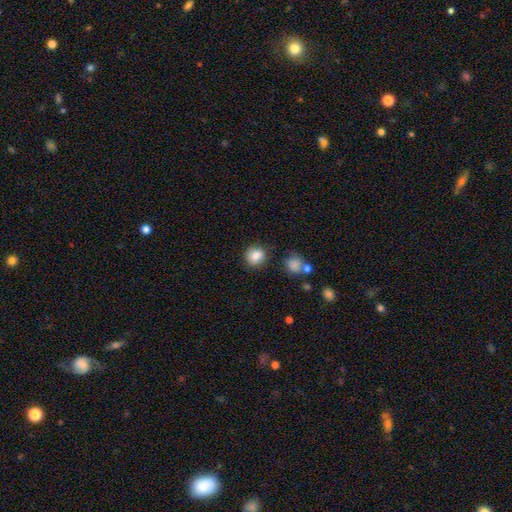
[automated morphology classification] Smooth or featured? smooth (85%)
How rounded? round (83%)
Merging? none (82%)